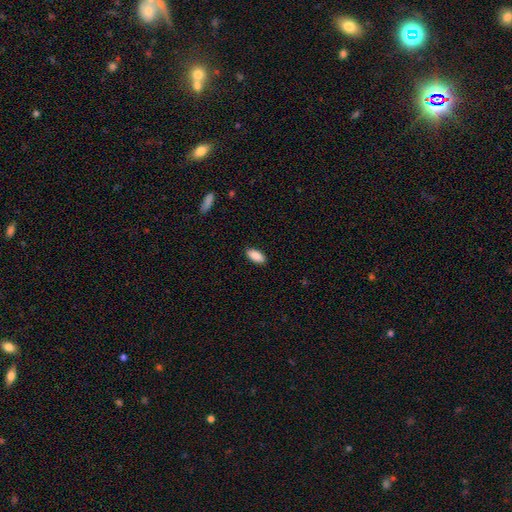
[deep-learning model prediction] Overall: smooth (90%). How rounded: in between (91%). Merging: none (89%).